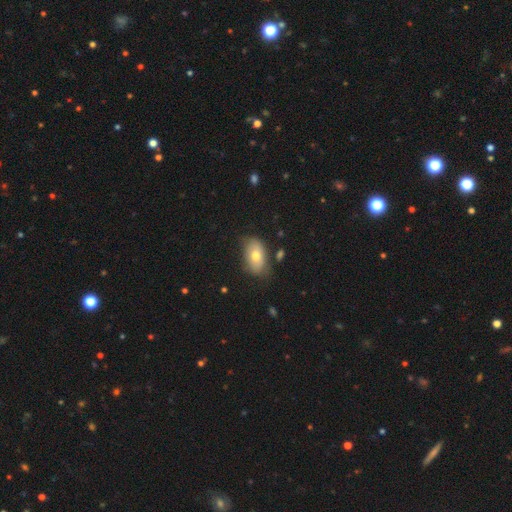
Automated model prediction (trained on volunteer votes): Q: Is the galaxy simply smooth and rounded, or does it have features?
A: smooth — 70%.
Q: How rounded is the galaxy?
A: in between — 90%.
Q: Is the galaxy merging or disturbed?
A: none — 67%.